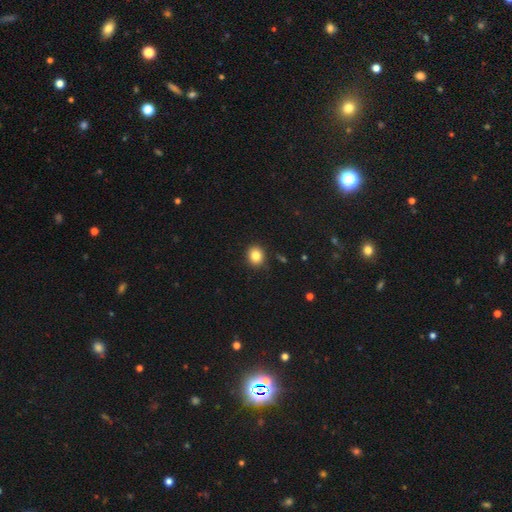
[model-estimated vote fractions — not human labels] A smooth galaxy with no disk features (84%) that is round (77%).

Vote fractions:
- Smooth or featured? smooth: 84% / star or artifact: 10% / featured or disk: 6%
- How rounded? round: 77% / in between: 22% / cigar-shaped: 1%
- Merging? none: 89% / minor disturbance: 7% / major disturbance: 2% / merger: 1%